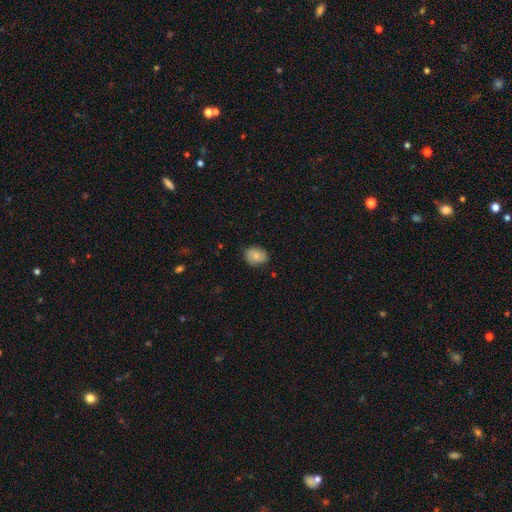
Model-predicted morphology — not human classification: A smooth galaxy with no disk features (75%) that is in between round and cigar-shaped (52%). Merging: none (79%).